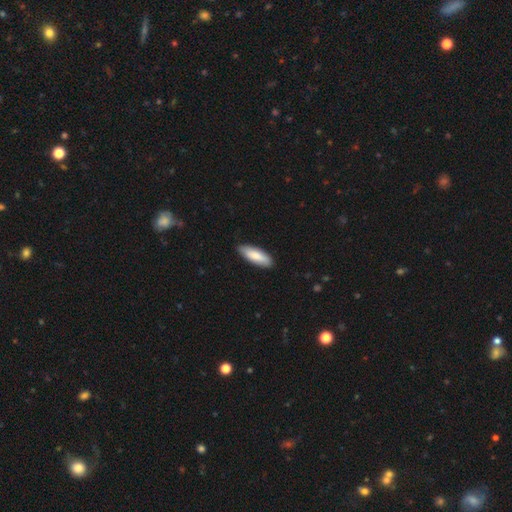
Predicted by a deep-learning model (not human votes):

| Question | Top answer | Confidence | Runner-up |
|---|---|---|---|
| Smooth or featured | smooth | 81% | featured or disk (14%) |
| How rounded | in between | 62% | cigar-shaped (36%) |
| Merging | none | 87% | minor disturbance (10%) |